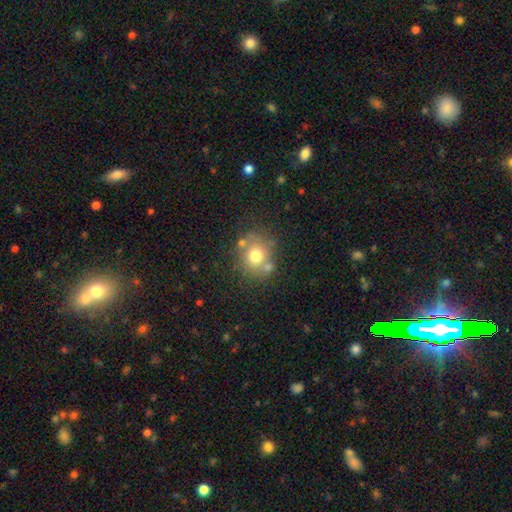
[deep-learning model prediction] Smooth or featured? smooth (70%)
How rounded? round (76%)
Merging? none (65%)